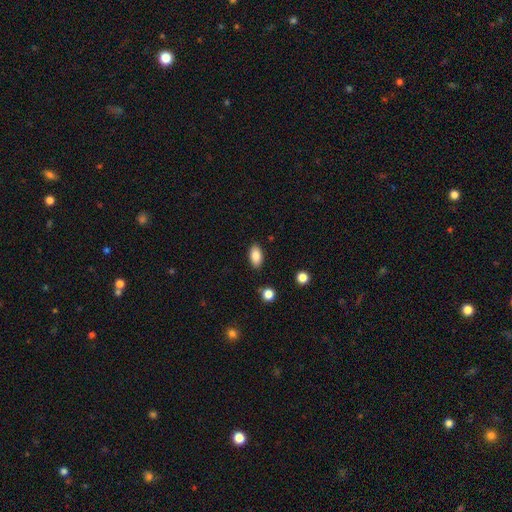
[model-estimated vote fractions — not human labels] A smooth galaxy with no disk features (86%) that is in between round and cigar-shaped (92%). Merging: none (86%).